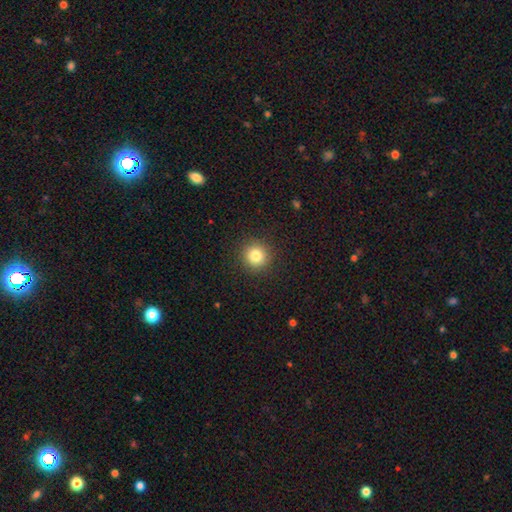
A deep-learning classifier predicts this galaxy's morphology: A smooth galaxy with no disk features (82%) that is round (94%).

Vote fractions:
- Smooth or featured? smooth: 82% / star or artifact: 11% / featured or disk: 7%
- How rounded? round: 94% / in between: 5% / cigar-shaped: 1%
- Merging? none: 91% / minor disturbance: 6% / major disturbance: 2% / merger: 1%